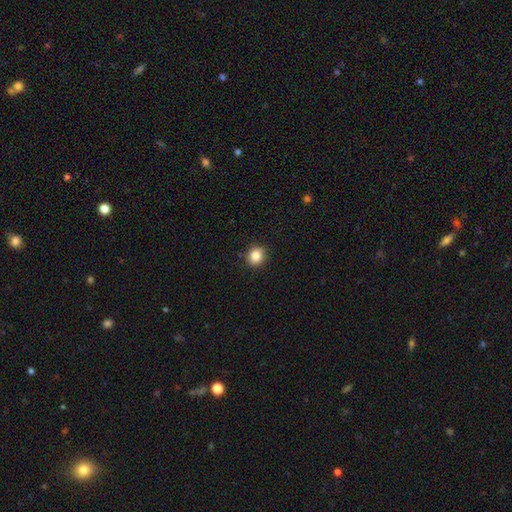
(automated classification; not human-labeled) Smooth or featured? smooth (86%)
How rounded? round (80%)
Merging? none (90%)